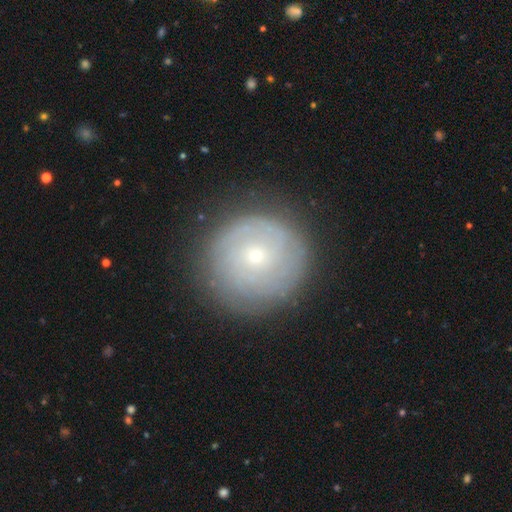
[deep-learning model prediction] A featured or disk galaxy (63%) with no bar (78%), tight (76%) spiral arms (83%) and a small central bulge (76%). Merging: none (83%).